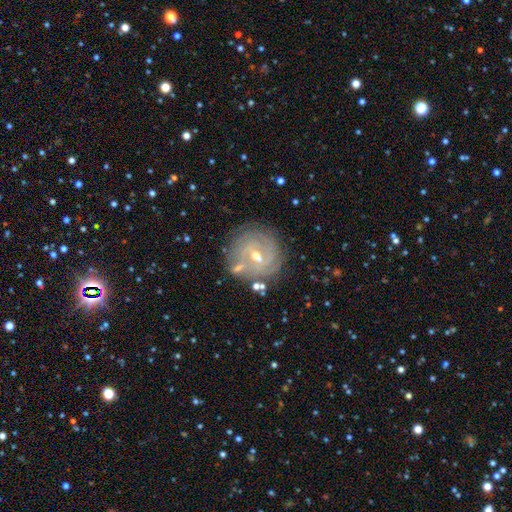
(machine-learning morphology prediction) Smooth or featured? Predicted: featured or disk (p=0.81). Edge-on disk? Predicted: no (p=0.97). Bar? Predicted: weak (p=0.54). Spiral arms? Predicted: yes (p=0.92). Spiral winding? Predicted: tight (p=0.75). Spiral arm count? Predicted: can't tell (p=0.37). Bulge size? Predicted: moderate (p=0.54). Merging? Predicted: none (p=0.77).